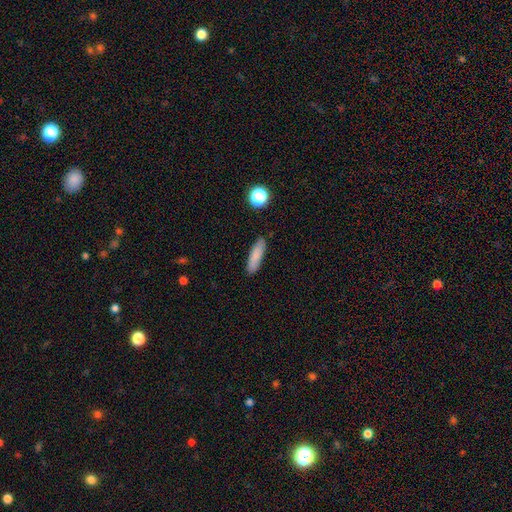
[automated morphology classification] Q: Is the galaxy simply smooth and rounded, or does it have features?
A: smooth — 82%.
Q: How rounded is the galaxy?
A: cigar-shaped — 66%.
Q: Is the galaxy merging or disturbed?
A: none — 86%.